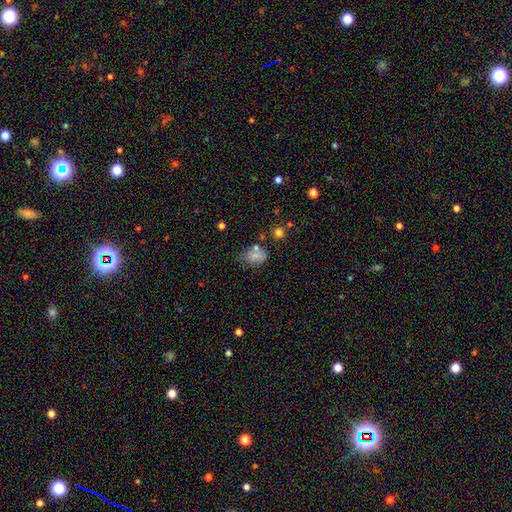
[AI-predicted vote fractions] This appears to be a smooth galaxy with no disk features (73%) that is in between round and cigar-shaped (72%). Merging: none (50%).